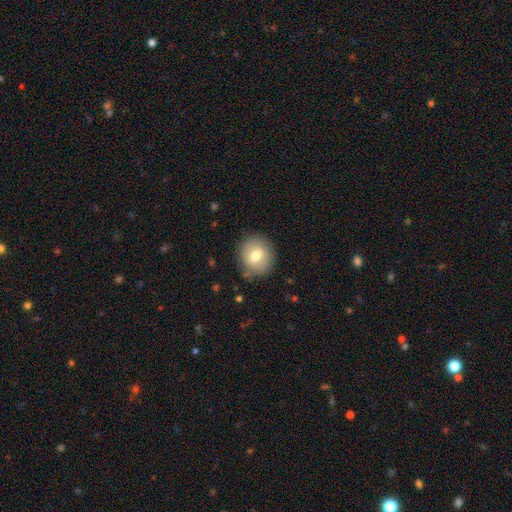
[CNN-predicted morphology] smooth 72%, featured or disk 19%, star or artifact 9%. Down the decision tree: how rounded — round (82%); merging — none (84%).